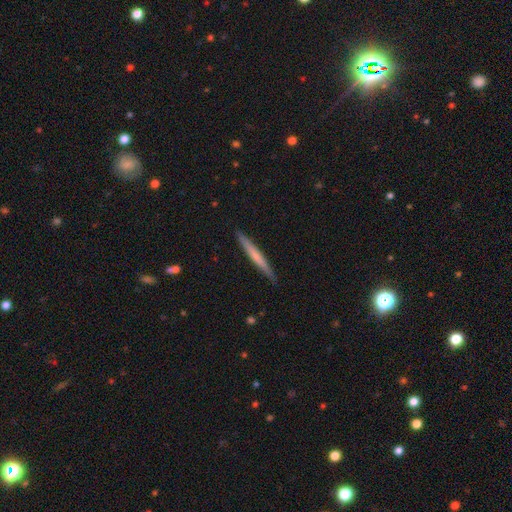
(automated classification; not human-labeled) Overall: smooth (55%; featured or disk 40%). How rounded: cigar-shaped (97%). Merging: none (90%).